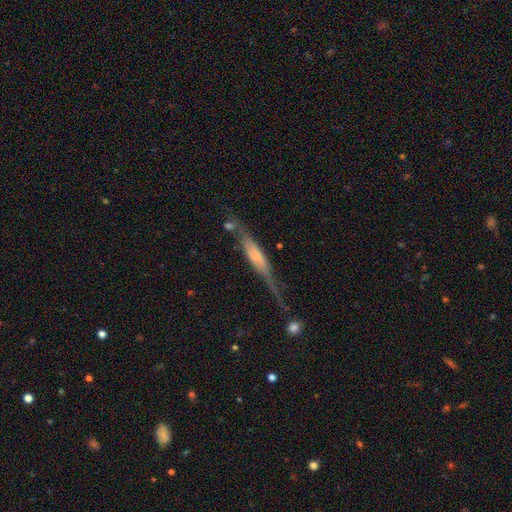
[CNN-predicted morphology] This is likely a featured or disk galaxy (65%). It is clearly viewed edge-on (88%). Edge-on bulge: marginally boxy (41%). Merging: possibly none (49%).